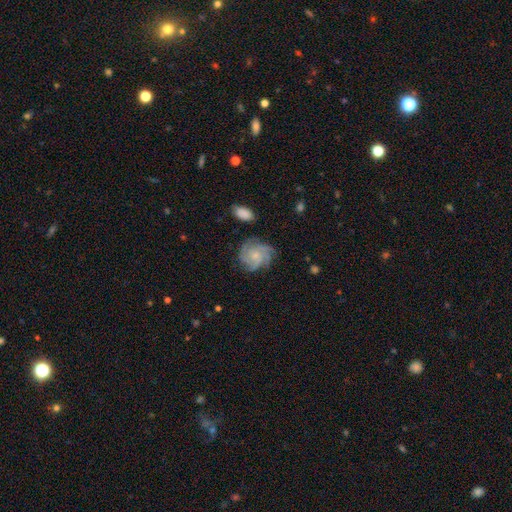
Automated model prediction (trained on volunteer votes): This is likely a featured or disk galaxy (79%). It is clearly not viewed edge-on (98%). Bar: likely no (75%). Spiral arm pattern: clearly yes (97%). Spiral arm count: marginally 4 (35%). Spiral winding: possibly tight (56%). Central bulge: possibly small (57%). Merging: likely none (74%).